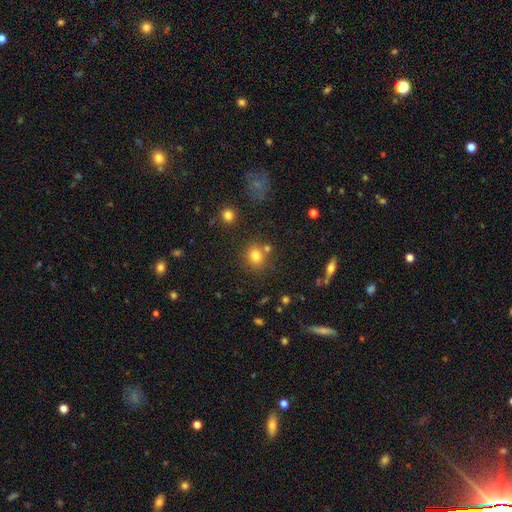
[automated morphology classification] A smooth galaxy with no disk features (78%) that is round (75%).

Vote fractions:
- Smooth or featured? smooth: 78% / star or artifact: 13% / featured or disk: 8%
- How rounded? round: 75% / in between: 24% / cigar-shaped: 1%
- Merging? none: 69% / merger: 15% / minor disturbance: 11% / major disturbance: 4%